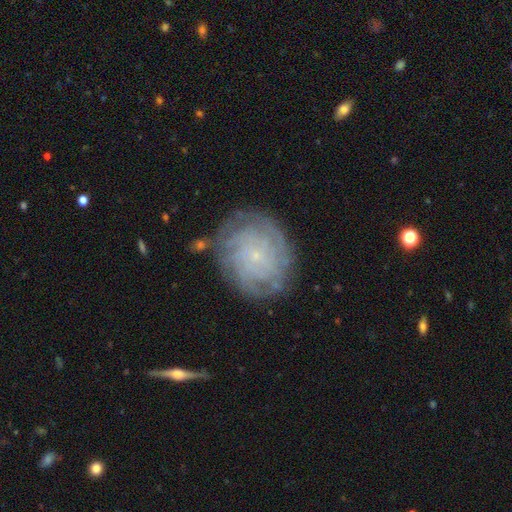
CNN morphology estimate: Q: Smooth or featured?
A: featured or disk (76%); runner-up: smooth (15%)
Q: Edge-on disk?
A: no (97%); runner-up: yes (3%)
Q: Bar?
A: no (84%); runner-up: weak (14%)
Q: Spiral arms?
A: yes (93%); runner-up: no (7%)
Q: Spiral winding?
A: tight (79%); runner-up: medium (16%)
Q: Spiral arm count?
A: can't tell (36%); runner-up: 4 (23%)
Q: Bulge size?
A: small (88%); runner-up: moderate (6%)
Q: Merging?
A: none (76%); runner-up: minor disturbance (15%)